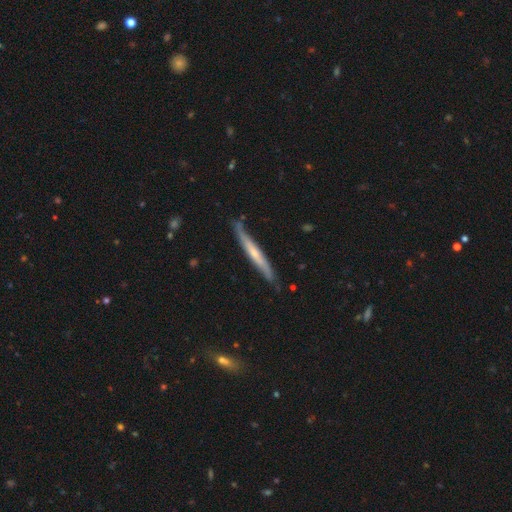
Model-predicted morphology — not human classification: A featured or disk galaxy (64%) viewed edge-on (91%) with a rounded central bulge (54%).

Vote fractions:
- Smooth or featured? featured or disk: 64% / smooth: 30% / star or artifact: 6%
- Edge-on disk? yes: 91% / no: 9%
- Edge-on bulge? rounded: 54% / none: 40% / boxy: 6%
- Merging? none: 78% / minor disturbance: 18% / major disturbance: 3% / merger: 2%